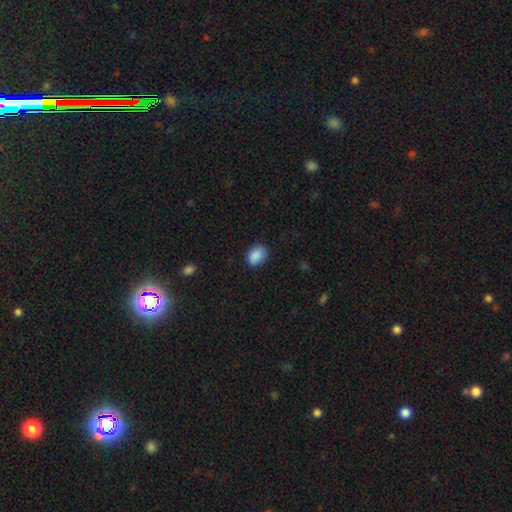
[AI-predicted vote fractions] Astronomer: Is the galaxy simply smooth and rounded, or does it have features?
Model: smooth — 89%.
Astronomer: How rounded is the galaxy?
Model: in between — 78%.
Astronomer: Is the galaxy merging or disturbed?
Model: none — 79%.